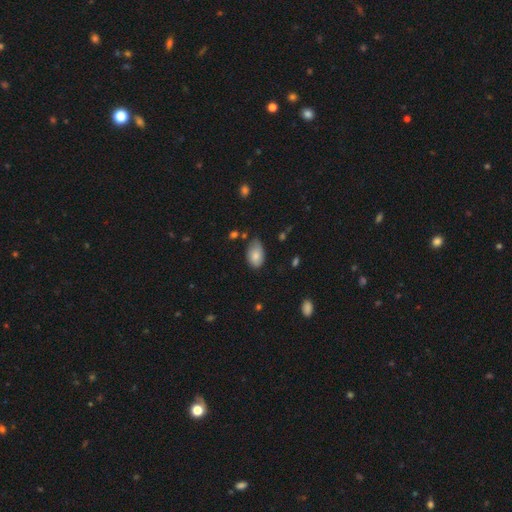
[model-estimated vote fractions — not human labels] A smooth galaxy with no disk features (80%) that is in between round and cigar-shaped (91%).

Vote fractions:
- Smooth or featured? smooth: 80% / featured or disk: 12% / star or artifact: 7%
- How rounded? in between: 91% / round: 8% / cigar-shaped: 1%
- Merging? none: 58% / minor disturbance: 34% / major disturbance: 6% / merger: 2%